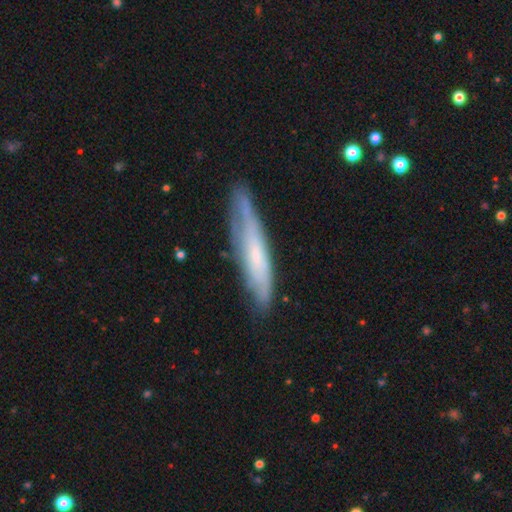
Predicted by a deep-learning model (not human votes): smooth_or_featured: featured or disk (p=0.57) [alt: smooth p=0.36]
disk_edge_on: yes (p=0.62) [alt: no p=0.38]
merging: none (p=0.73) [alt: minor disturbance p=0.20]